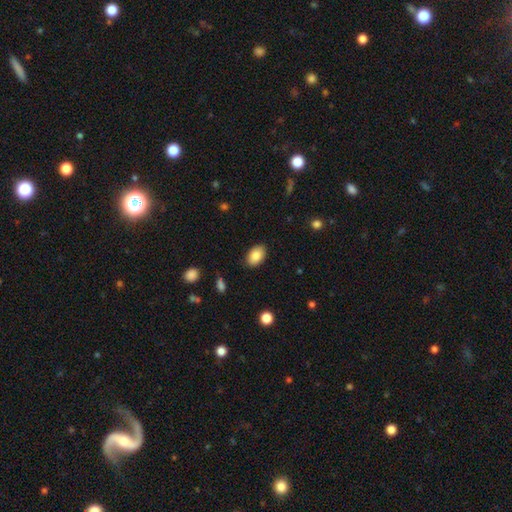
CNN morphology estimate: A smooth galaxy with no disk features (87%) that is in between round and cigar-shaped (89%). Merging: none (86%).